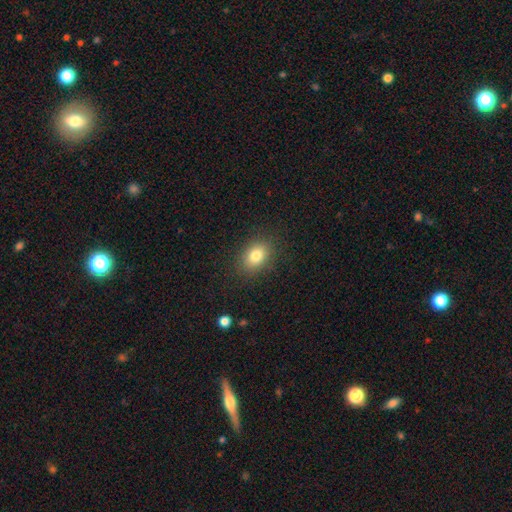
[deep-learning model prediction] This appears to be a smooth galaxy with no disk features (81%) that is in between round and cigar-shaped (72%). Merging: none (86%).